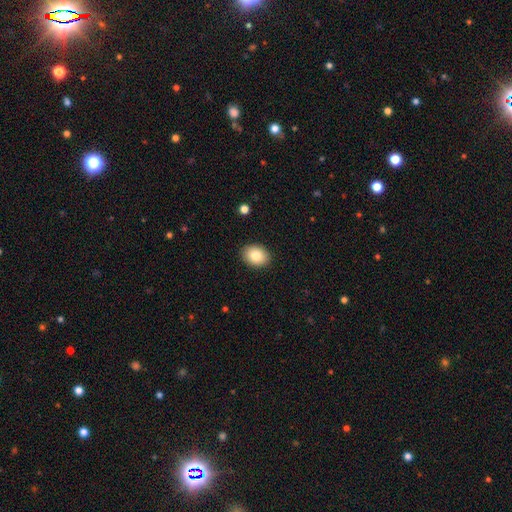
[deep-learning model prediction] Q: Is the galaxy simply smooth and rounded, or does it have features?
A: smooth — 82%.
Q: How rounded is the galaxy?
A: in between — 64%.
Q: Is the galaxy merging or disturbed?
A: none — 90%.